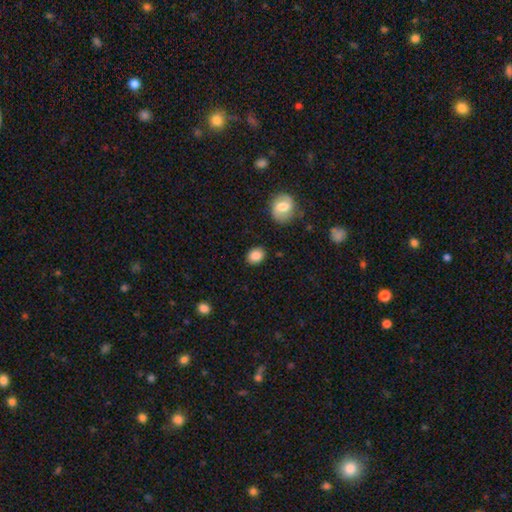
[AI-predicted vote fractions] smooth_or_featured: smooth (p=0.86) [alt: star or artifact p=0.08]
how_rounded: in between (p=0.60) [alt: round p=0.39]
merging: none (p=0.85) [alt: minor disturbance p=0.10]